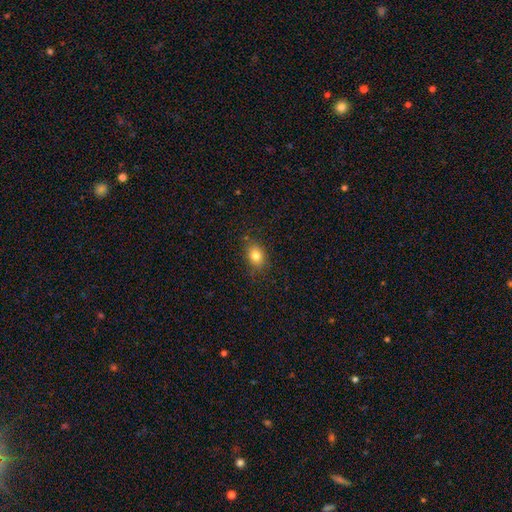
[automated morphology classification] Overall: smooth (81%). How rounded: in between (67%; round 32%). Merging: none (82%).